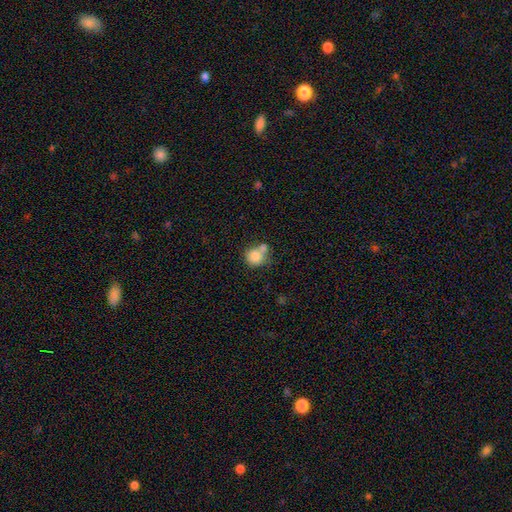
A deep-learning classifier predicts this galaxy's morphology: A smooth galaxy with no disk features (82%) that is round (84%).

Vote fractions:
- Smooth or featured? smooth: 82% / star or artifact: 9% / featured or disk: 9%
- How rounded? round: 84% / in between: 15% / cigar-shaped: 1%
- Merging? none: 44% / merger: 39% / minor disturbance: 12% / major disturbance: 5%